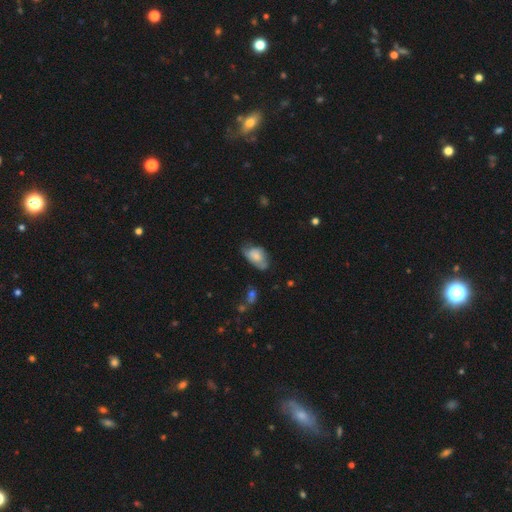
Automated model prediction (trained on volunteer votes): Q: Smooth or featured?
A: smooth (64%); runner-up: featured or disk (28%)
Q: How rounded?
A: in between (90%); runner-up: round (9%)
Q: Merging?
A: minor disturbance (40%); tied with: none (40%)